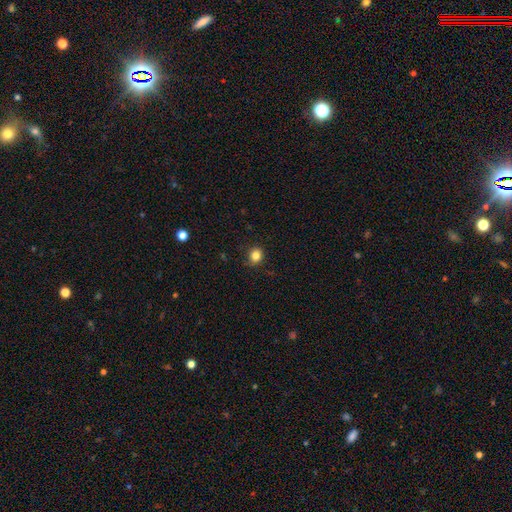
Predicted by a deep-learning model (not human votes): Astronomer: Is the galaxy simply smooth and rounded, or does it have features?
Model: smooth — 84%.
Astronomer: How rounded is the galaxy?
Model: round — 77%.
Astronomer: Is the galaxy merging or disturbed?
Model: none — 86%.